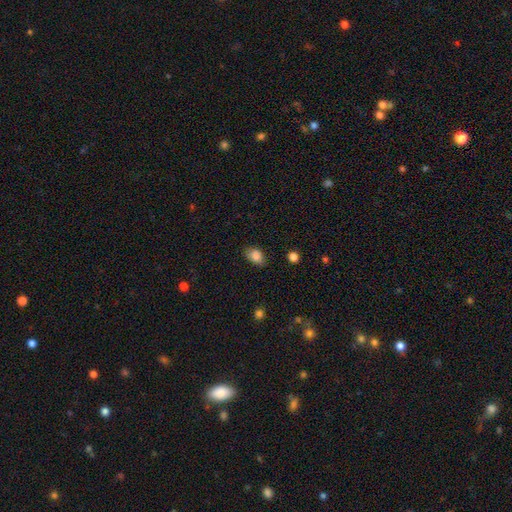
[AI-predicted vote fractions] smooth 85%, star or artifact 9%, featured or disk 6%. Down the decision tree: how rounded — in between (81%); merging — none (76%).